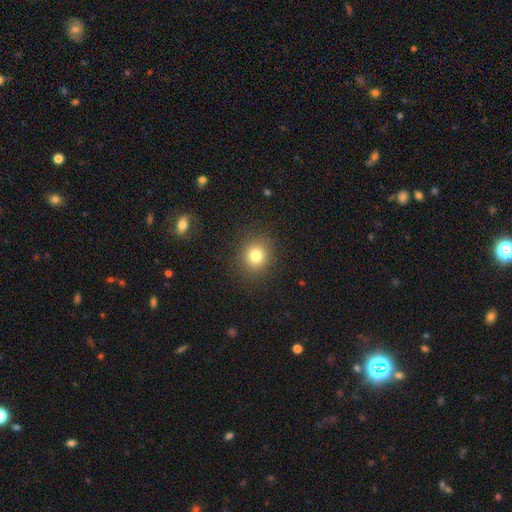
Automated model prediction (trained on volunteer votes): This appears to be a smooth galaxy with no disk features (80%) that is round (84%). Merging: none (89%).